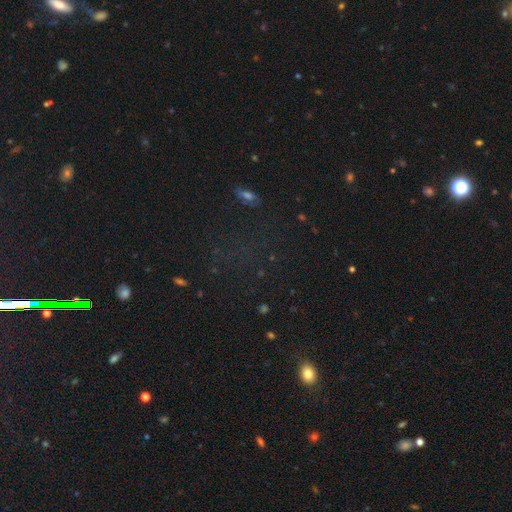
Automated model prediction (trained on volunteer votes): A star or artifact, not a galaxy (71%).